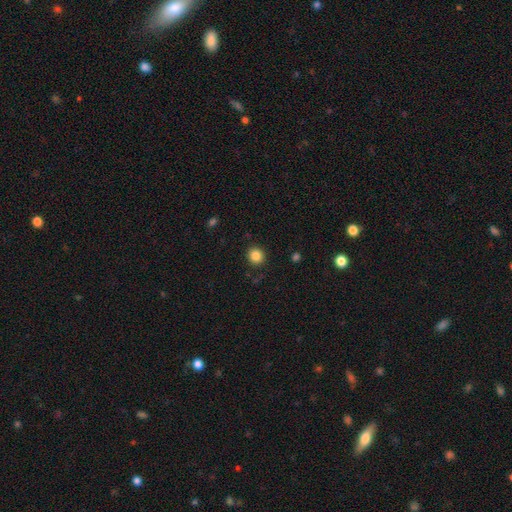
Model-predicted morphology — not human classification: Overall: smooth (85%). How rounded: round (88%). Merging: none (90%).